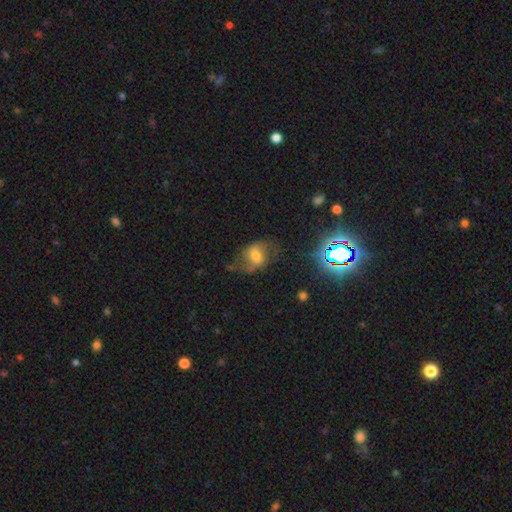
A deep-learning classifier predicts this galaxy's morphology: Smooth or featured? featured or disk (52%)
Edge-on disk? no (94%)
Merging? none (57%)